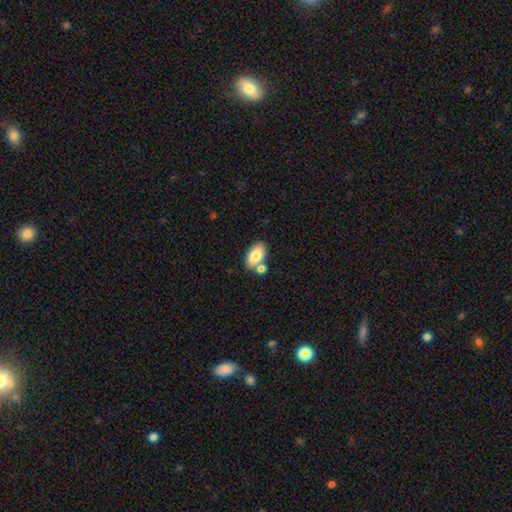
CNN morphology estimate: type=smooth (79%); roundness=in between (92%); merging=none (61%).